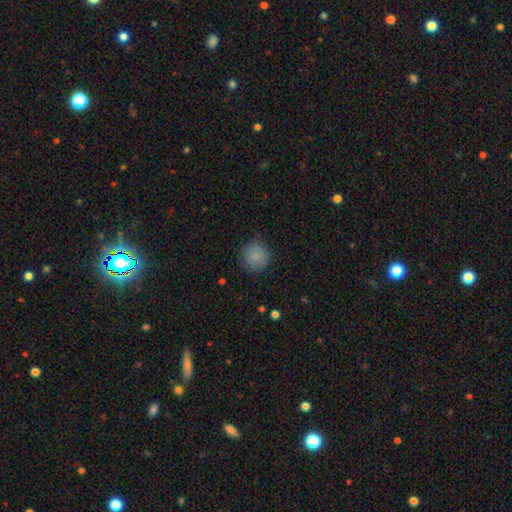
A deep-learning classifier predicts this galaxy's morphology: This appears to be a smooth galaxy with no disk features (86%) that is round (92%). Merging: none (82%).